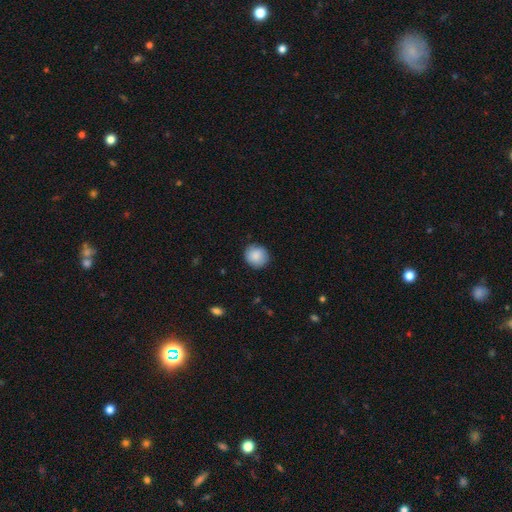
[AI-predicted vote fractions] This appears to be a smooth galaxy with no disk features (88%) that is round (85%). Merging: none (87%).